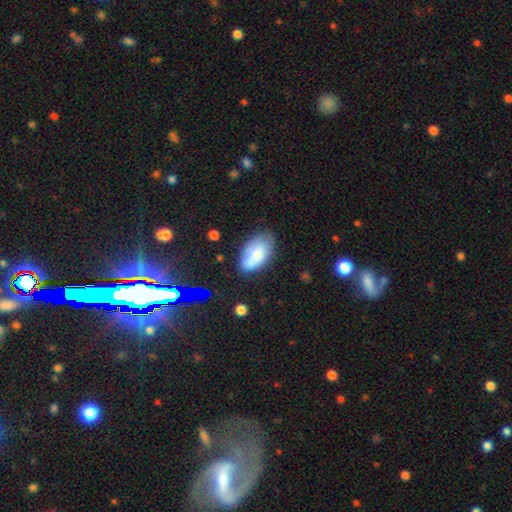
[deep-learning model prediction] This is likely a smooth galaxy (75%). How rounded: clearly in between (94%). Merging: likely none (64%).